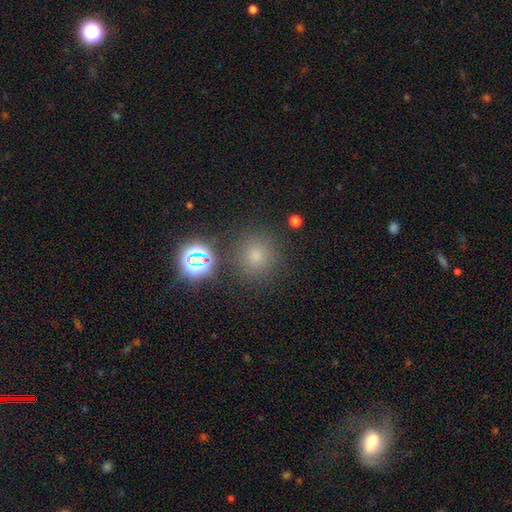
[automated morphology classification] Smooth or featured? smooth (70%)
How rounded? round (92%)
Merging? none (83%)